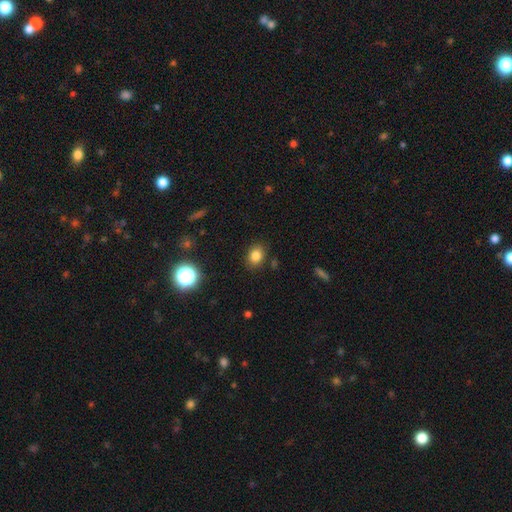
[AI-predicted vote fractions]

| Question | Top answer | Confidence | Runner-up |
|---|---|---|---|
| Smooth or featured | smooth | 81% | star or artifact (12%) |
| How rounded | in between | 53% | round (46%) |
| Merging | none | 85% | minor disturbance (10%) |